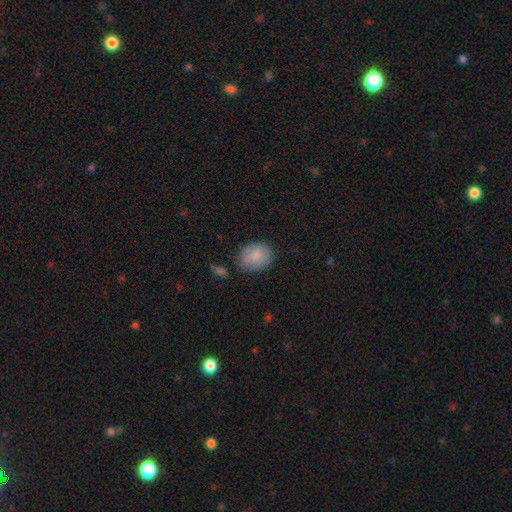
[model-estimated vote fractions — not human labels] Overall: smooth (81%). How rounded: round (51%; in between 48%). Merging: none (70%).